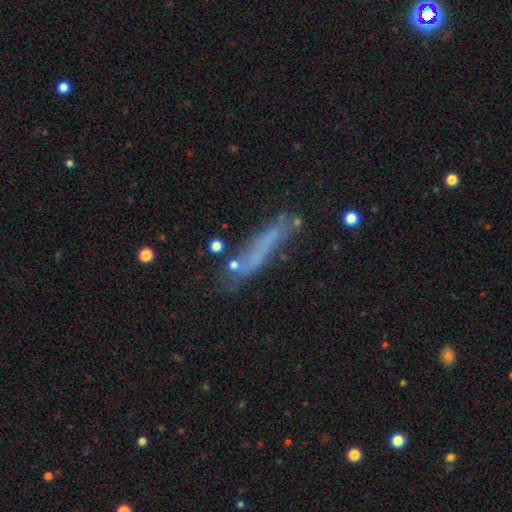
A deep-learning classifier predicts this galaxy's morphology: Smooth or featured: smooth — 51% (featured or disk — 37%)
How rounded: cigar-shaped — 88% (in between — 10%)
Merging: none — 60% (minor disturbance — 22%)